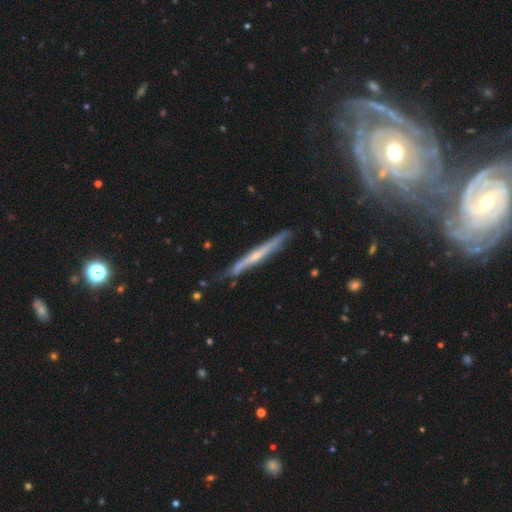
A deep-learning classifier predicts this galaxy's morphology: smooth-or-featured: featured or disk: 67% | smooth: 27% | star or artifact: 6%
  disk-edge-on: yes: 95% | no: 5%
    edge-on-bulge: rounded: 51% | none: 44% | boxy: 5%
  merging: none: 80% | minor disturbance: 16% | major disturbance: 2% | merger: 2%